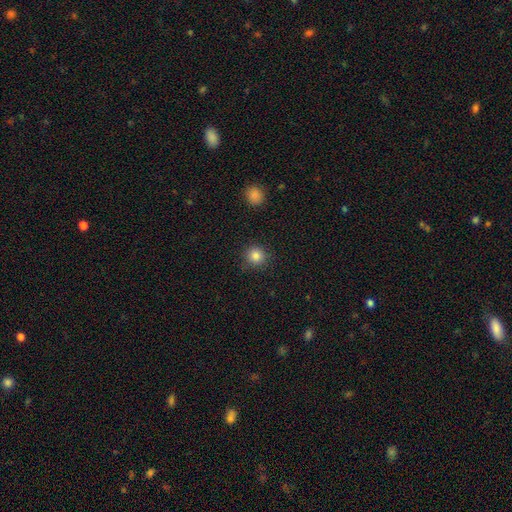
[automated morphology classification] Smooth or featured?
  - smooth: 84% *
  - star or artifact: 11%
  - featured or disk: 4%
How rounded?
  - round: 93% *
  - in between: 6%
  - cigar-shaped: 1%
Merging?
  - none: 88% *
  - minor disturbance: 8%
  - major disturbance: 3%
  - merger: 2%